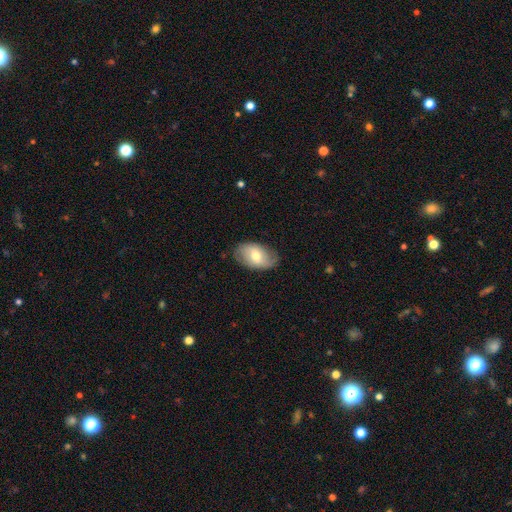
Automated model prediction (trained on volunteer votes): This is possibly a smooth galaxy (54%). How rounded: clearly in between (91%). Merging: likely none (74%).